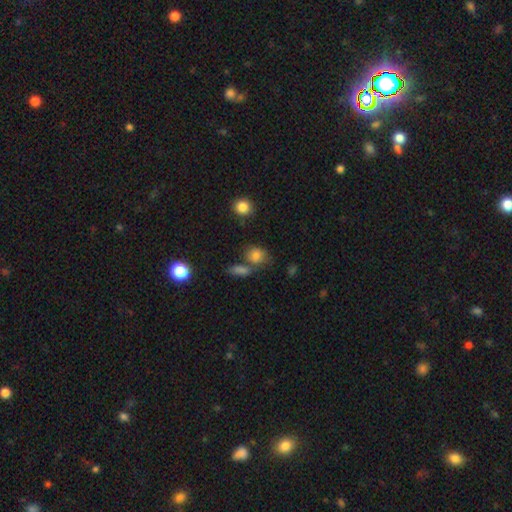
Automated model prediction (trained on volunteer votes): Overall: smooth (79%). How rounded: round (56%; in between 42%). Merging: none (51%; merger 28%).